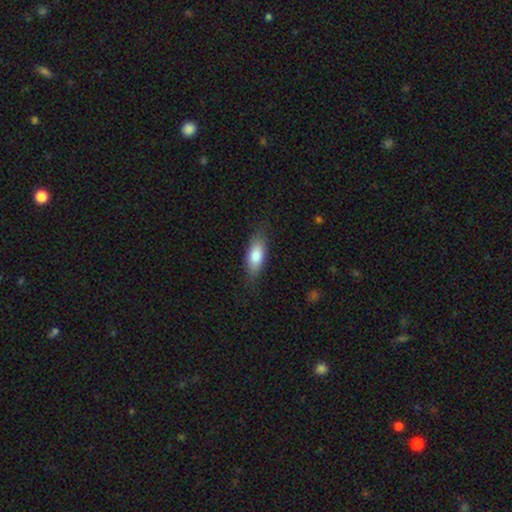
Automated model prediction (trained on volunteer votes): smooth 81%, featured or disk 13%, star or artifact 6%. Down the decision tree: how rounded — in between (78%); merging — none (80%).